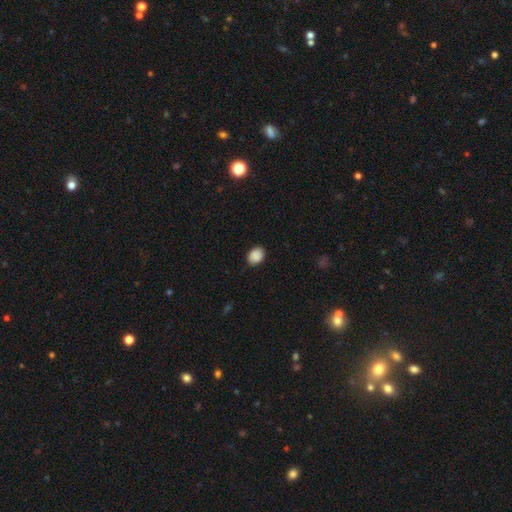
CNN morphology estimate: Smooth or featured? smooth (89%)
How rounded? in between (58%)
Merging? none (84%)